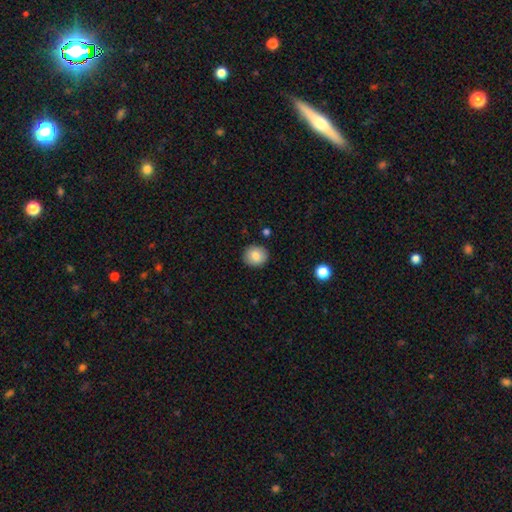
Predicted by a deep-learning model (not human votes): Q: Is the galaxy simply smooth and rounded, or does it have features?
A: smooth — 83%.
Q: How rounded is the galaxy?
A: round — 87%.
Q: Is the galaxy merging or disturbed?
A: none — 89%.